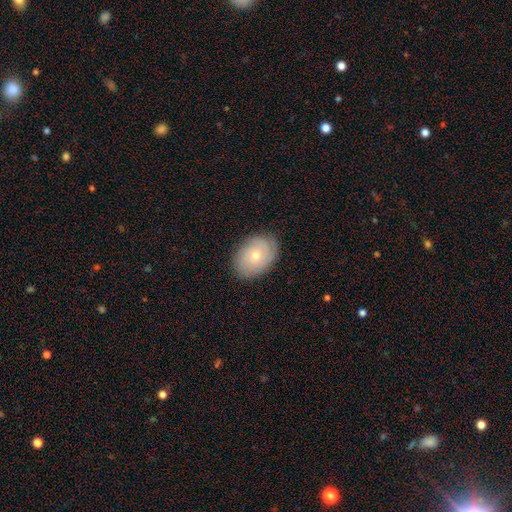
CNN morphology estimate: smooth_or_featured: smooth (p=0.54) [alt: featured or disk p=0.38]
how_rounded: in between (p=0.77) [alt: round p=0.22]
merging: none (p=0.82) [alt: minor disturbance p=0.14]